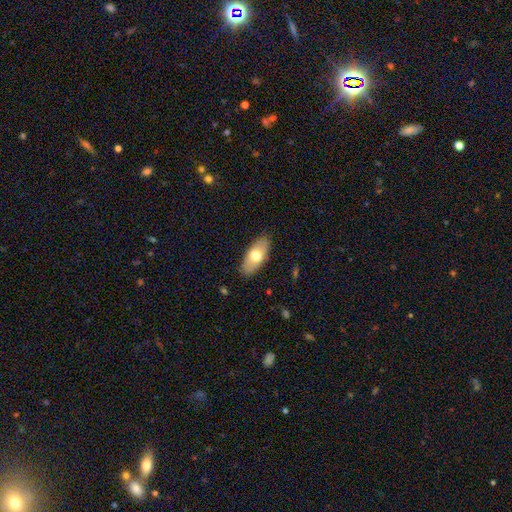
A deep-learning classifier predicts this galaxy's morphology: Smooth or featured: smooth — 69% (featured or disk — 25%)
How rounded: in between — 85% (cigar-shaped — 12%)
Merging: none — 86% (minor disturbance — 10%)